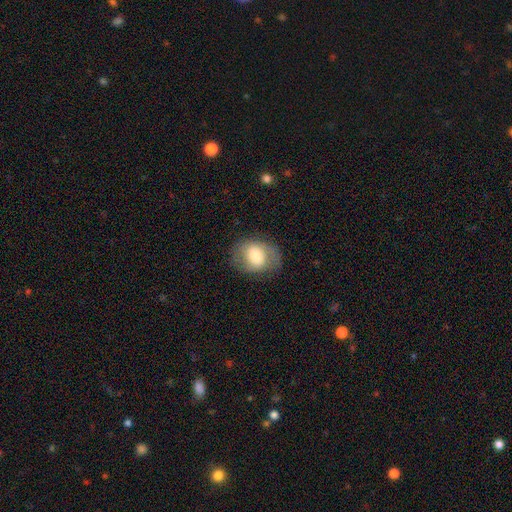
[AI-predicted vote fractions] This appears to be a smooth galaxy with no disk features (64%) that is in between round and cigar-shaped (57%). Merging: none (75%).